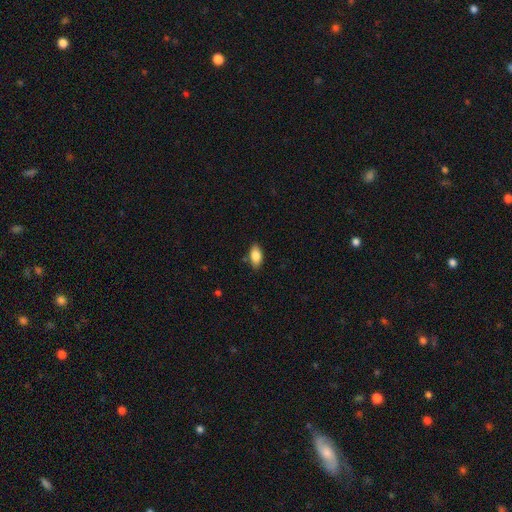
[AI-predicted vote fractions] Smooth or featured? Predicted: smooth (p=0.84). How rounded? Predicted: in between (p=0.91). Merging? Predicted: none (p=0.83).